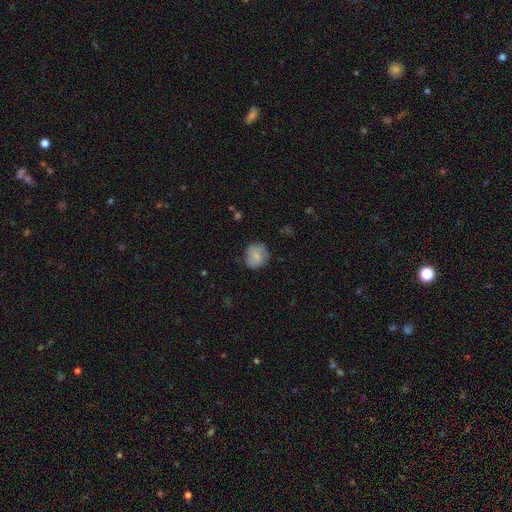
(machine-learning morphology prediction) smooth_or_featured: smooth (p=0.69) [alt: featured or disk p=0.24]
how_rounded: round (p=0.84) [alt: in between p=0.15]
merging: none (p=0.76) [alt: minor disturbance p=0.19]